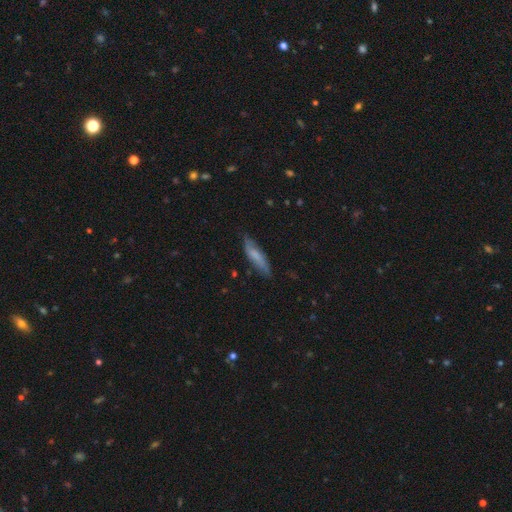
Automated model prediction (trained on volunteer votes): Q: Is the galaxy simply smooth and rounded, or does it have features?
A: smooth — 61%.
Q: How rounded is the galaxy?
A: cigar-shaped — 72%.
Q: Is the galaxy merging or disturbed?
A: none — 71%.